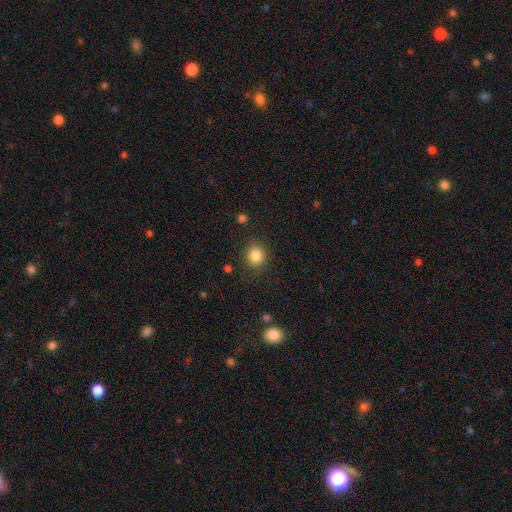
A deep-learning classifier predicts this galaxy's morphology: Smooth or featured? smooth (84%)
How rounded? round (80%)
Merging? none (86%)